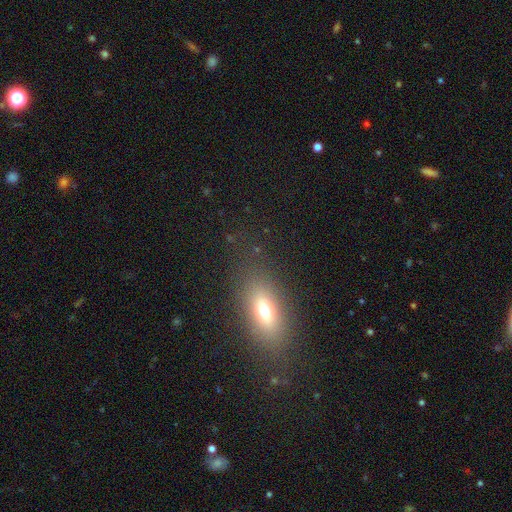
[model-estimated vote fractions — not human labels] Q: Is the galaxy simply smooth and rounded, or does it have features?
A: smooth — 63%.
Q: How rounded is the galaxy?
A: in between — 74%.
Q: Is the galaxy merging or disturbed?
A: none — 84%.